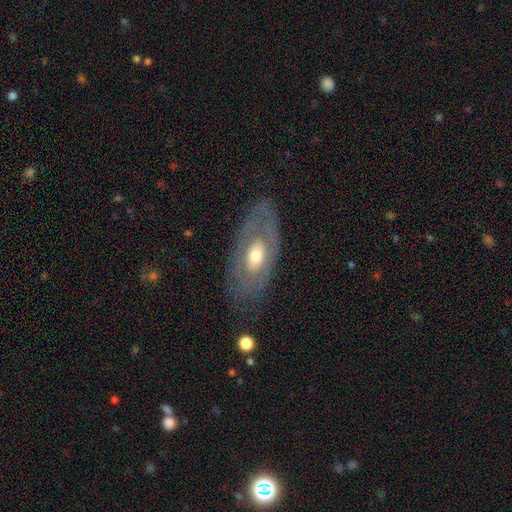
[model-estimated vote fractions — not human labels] Overall: featured or disk (60%; smooth 33%). Edge-on disk: no (85%). Bar: no (82%). Spiral arms: no (69%; yes 31%). Bulge size: moderate (67%). Merging: none (74%).